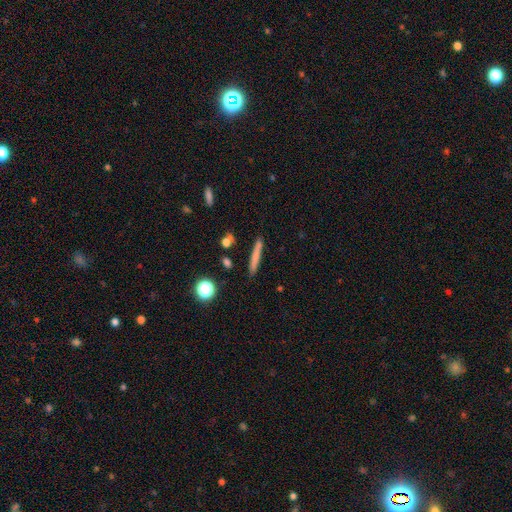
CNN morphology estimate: type=smooth (68%); roundness=cigar-shaped (94%); merging=none (86%).